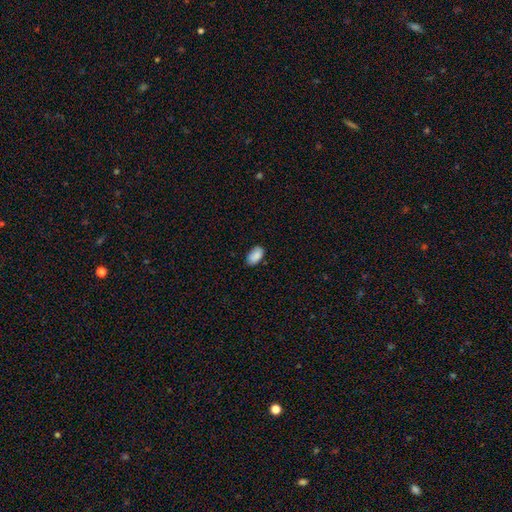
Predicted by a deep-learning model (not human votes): A smooth galaxy with no disk features (89%) that is in between round and cigar-shaped (94%). Merging: none (85%).